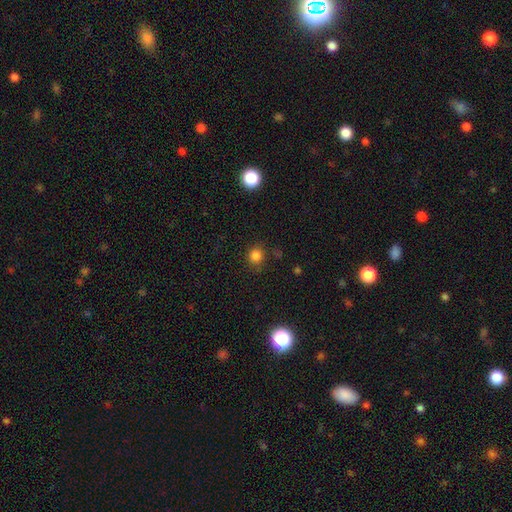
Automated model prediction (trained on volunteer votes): Q: Smooth or featured?
A: smooth (82%); runner-up: star or artifact (14%)
Q: How rounded?
A: round (90%); runner-up: in between (9%)
Q: Merging?
A: none (82%); runner-up: minor disturbance (12%)